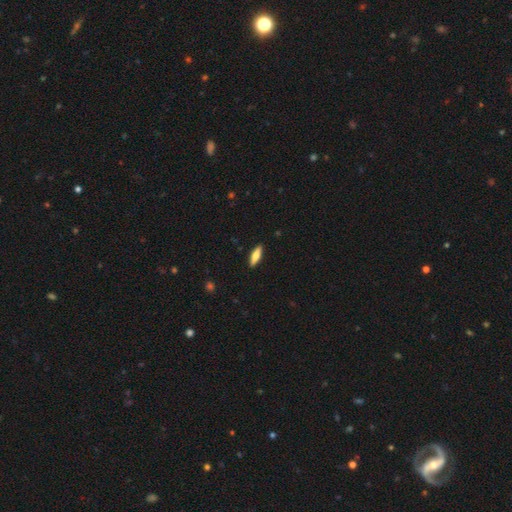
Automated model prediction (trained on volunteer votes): The model was most divided on "how rounded": cigar-shaped: 55%, in between: 43%, round: 2%. More confident: merging — none (90%); smooth or featured — smooth (69%).